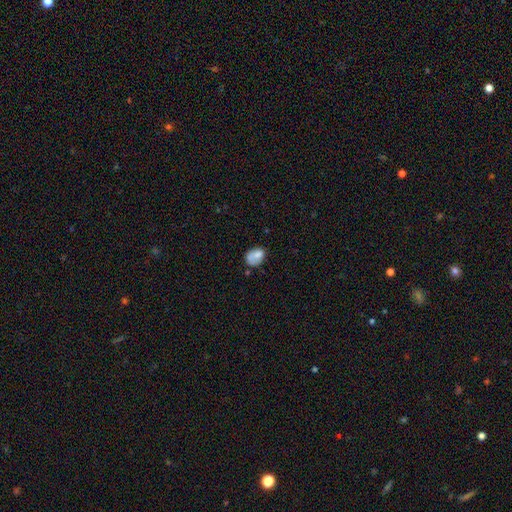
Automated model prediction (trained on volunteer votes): Smooth or featured? smooth (70%)
How rounded? in between (66%)
Merging? none (42%)